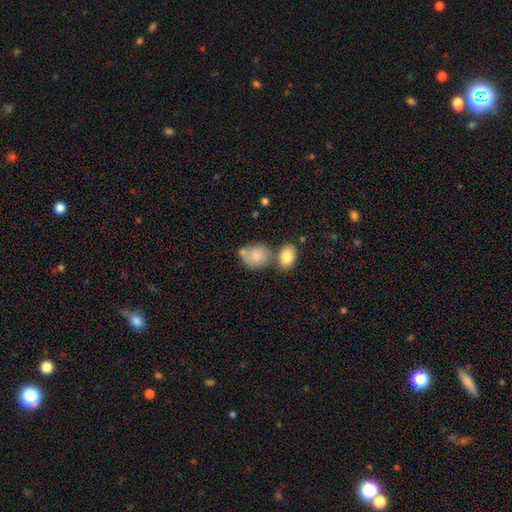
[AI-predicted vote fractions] Smooth or featured: smooth — 79% (featured or disk — 14%)
How rounded: round — 55% (in between — 43%)
Merging: none — 45% (merger — 30%)